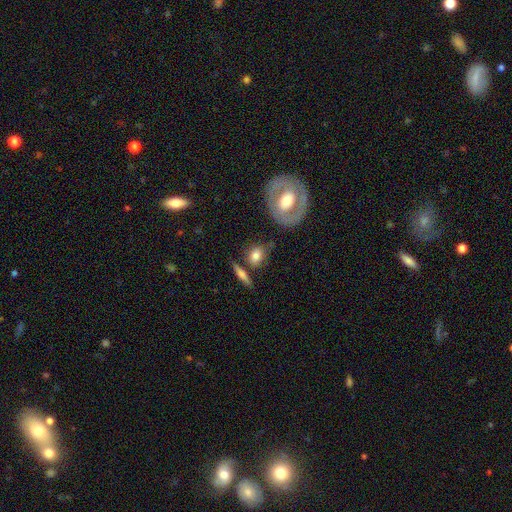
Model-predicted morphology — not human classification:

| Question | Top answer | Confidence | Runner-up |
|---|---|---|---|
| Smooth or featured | smooth | 72% | featured or disk (20%) |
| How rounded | in between | 47% | round (46%) |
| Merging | none | 66% | minor disturbance (16%) |